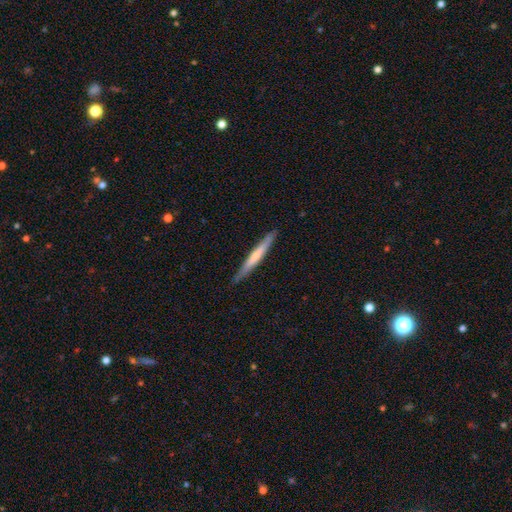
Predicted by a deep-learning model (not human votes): Q: Smooth or featured?
A: smooth (48%); runner-up: featured or disk (47%)
Q: Merging?
A: none (88%); runner-up: minor disturbance (9%)